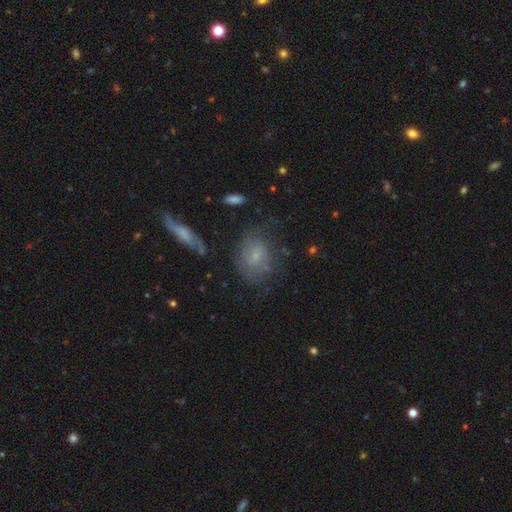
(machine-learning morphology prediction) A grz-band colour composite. It shows a smooth galaxy with no disk features (46%). Merging: none (61%).